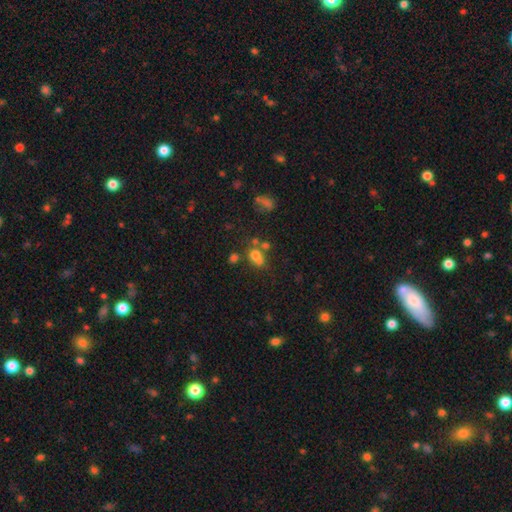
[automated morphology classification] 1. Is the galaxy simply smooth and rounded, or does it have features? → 74% smooth, 15% star or artifact, 11% featured or disk.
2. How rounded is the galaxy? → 76% in between, 21% round, 3% cigar-shaped.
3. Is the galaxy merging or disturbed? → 47% none, 25% merger, 18% minor disturbance, 10% major disturbance.